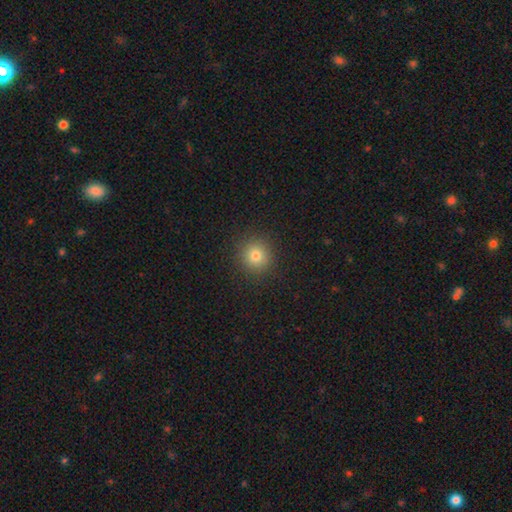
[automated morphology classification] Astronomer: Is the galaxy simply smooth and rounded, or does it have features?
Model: smooth — 79%.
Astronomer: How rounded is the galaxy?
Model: round — 93%.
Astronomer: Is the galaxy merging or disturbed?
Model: none — 91%.